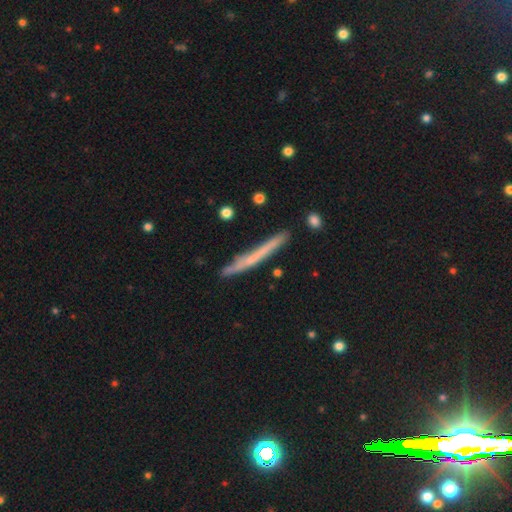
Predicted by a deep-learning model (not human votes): Overall: featured or disk (47%; smooth 45%). Merging: none (82%).